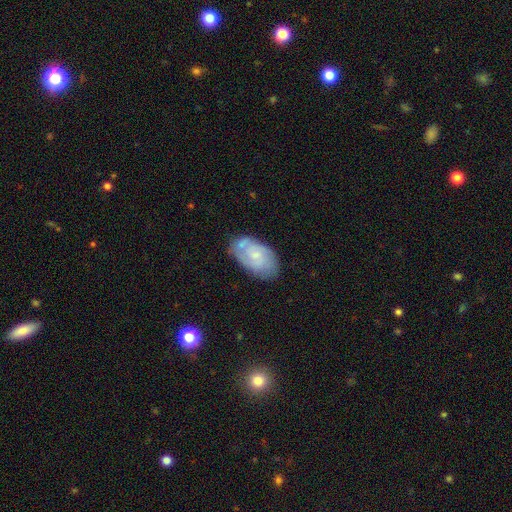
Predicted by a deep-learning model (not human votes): Smooth or featured? Predicted: featured or disk (p=0.58). Edge-on disk? Predicted: no (p=0.96). Bar? Predicted: no (p=0.67). Spiral arms? Predicted: yes (p=0.80). Bulge size? Predicted: small (p=0.63). Merging? Predicted: none (p=0.63).